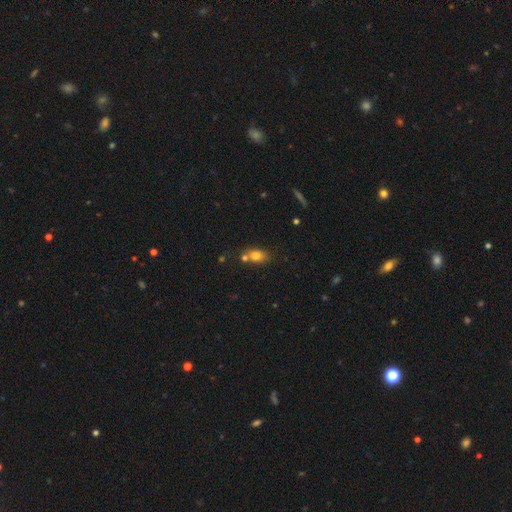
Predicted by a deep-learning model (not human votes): Smooth or featured? Predicted: smooth (p=0.78). How rounded? Predicted: in between (p=0.73). Merging? Predicted: none (p=0.57).